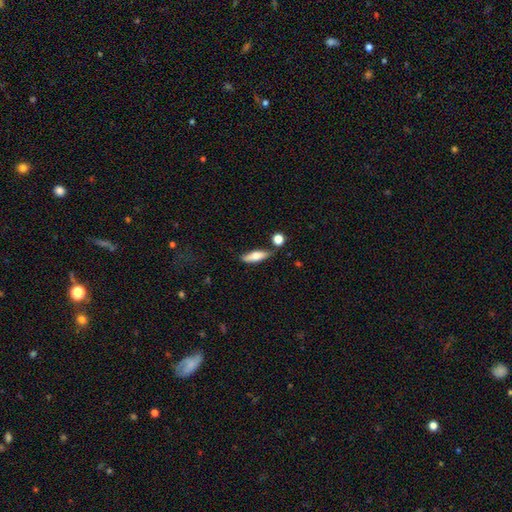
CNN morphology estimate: smooth_or_featured: smooth (p=0.67) [alt: featured or disk p=0.26]
how_rounded: cigar-shaped (p=0.52) [alt: in between p=0.45]
merging: none (p=0.75) [alt: minor disturbance p=0.15]